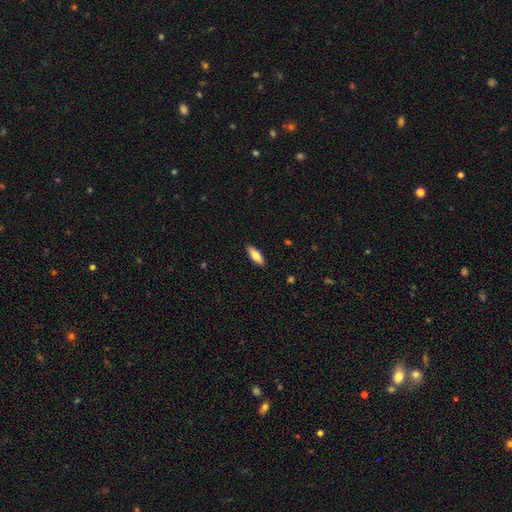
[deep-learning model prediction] The model was most divided on "how rounded": in between: 66%, cigar-shaped: 32%, round: 2%. More confident: merging — none (89%); smooth or featured — smooth (76%).